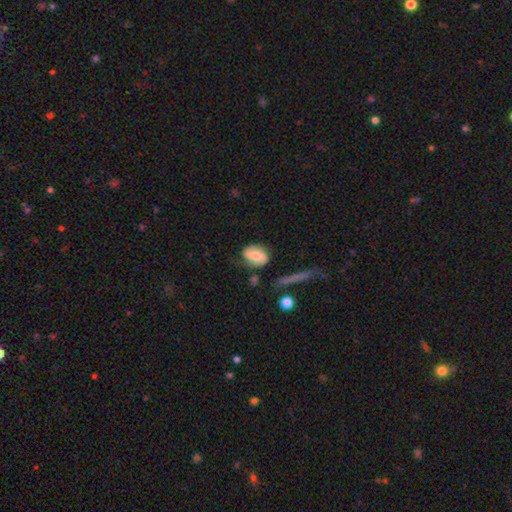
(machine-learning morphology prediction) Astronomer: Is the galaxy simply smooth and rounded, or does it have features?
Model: smooth — 51% (runner-up: featured or disk, 42%).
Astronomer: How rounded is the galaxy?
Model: in between — 82%.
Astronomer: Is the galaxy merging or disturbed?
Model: none — 60%.